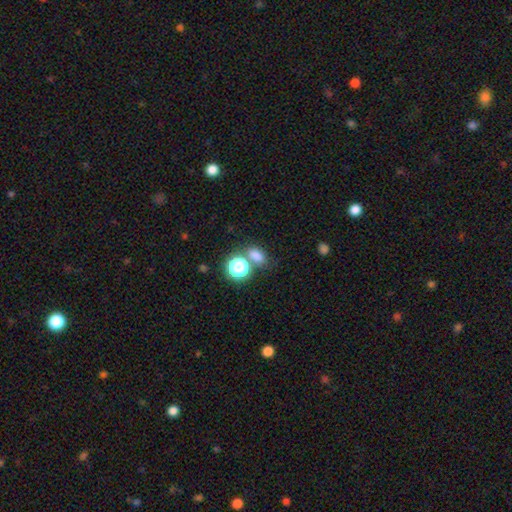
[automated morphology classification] This is likely a smooth galaxy (74%). How rounded: possibly in between (60%). Merging: possibly none (59%).